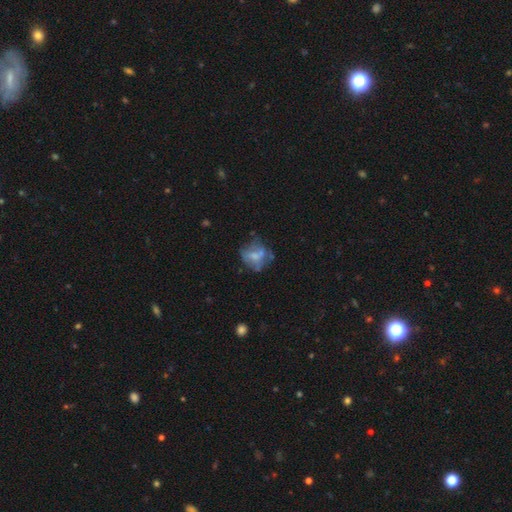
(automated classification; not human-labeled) Smooth or featured: featured or disk — 48% (smooth — 41%)
Merging: none — 46% (minor disturbance — 22%)